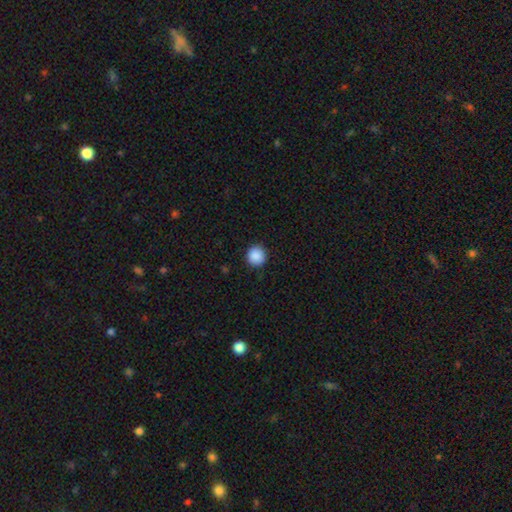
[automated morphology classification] This is clearly a smooth galaxy (89%). How rounded: clearly round (93%). Merging: clearly none (90%).